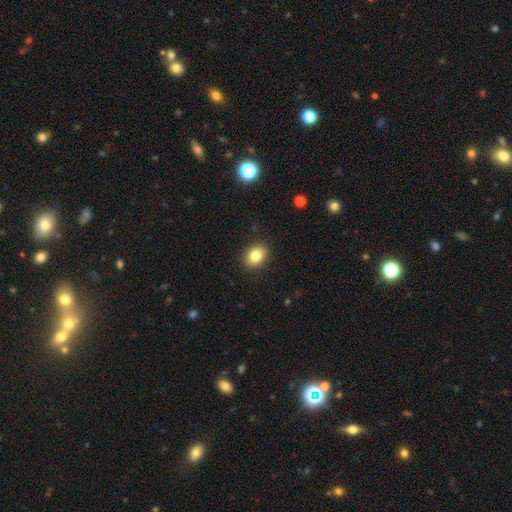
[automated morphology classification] Smooth or featured? smooth (83%)
How rounded? in between (67%)
Merging? none (89%)